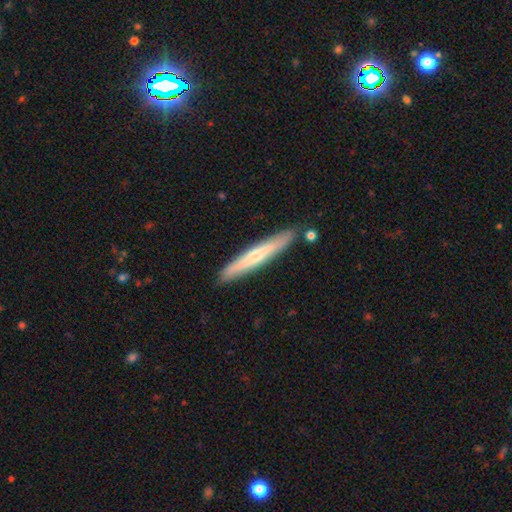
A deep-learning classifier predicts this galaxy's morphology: A featured or disk galaxy (56%) viewed edge-on (92%) with a rounded central bulge (72%). Merging: none (87%).